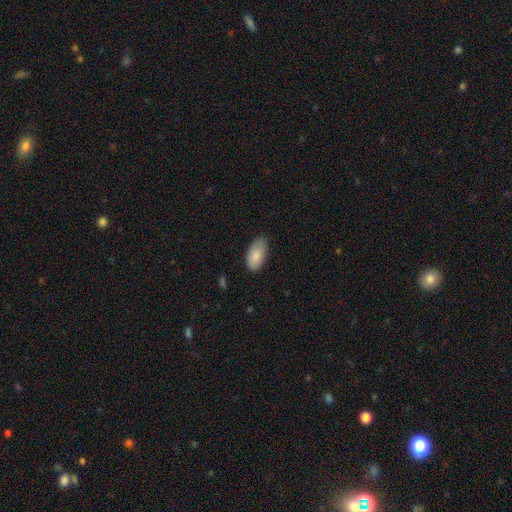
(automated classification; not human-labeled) Smooth or featured: smooth — 85% (featured or disk — 9%)
How rounded: in between — 95% (round — 3%)
Merging: none — 77% (minor disturbance — 19%)